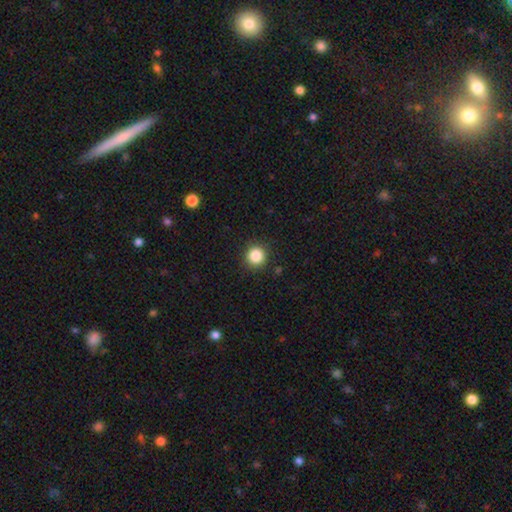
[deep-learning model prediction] This is clearly a smooth galaxy (86%). How rounded: clearly round (93%). Merging: clearly none (91%).